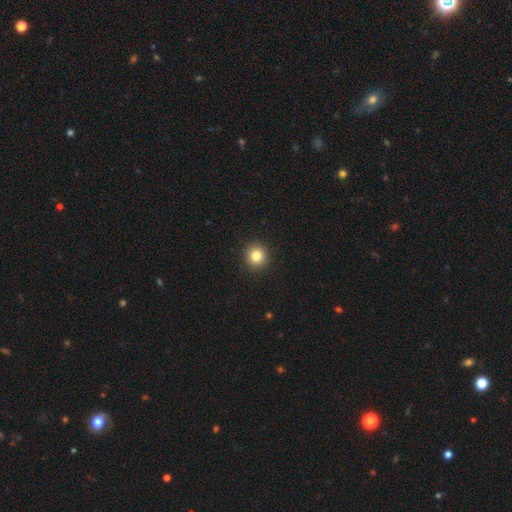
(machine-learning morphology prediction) Q: Smooth or featured?
A: smooth (83%); runner-up: star or artifact (11%)
Q: How rounded?
A: round (92%); runner-up: in between (7%)
Q: Merging?
A: none (93%); runner-up: minor disturbance (5%)